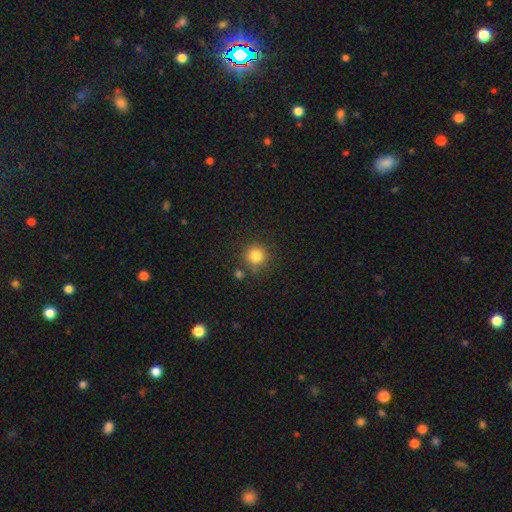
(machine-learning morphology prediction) Q: Smooth or featured?
A: smooth (82%); runner-up: star or artifact (12%)
Q: How rounded?
A: round (93%); runner-up: in between (6%)
Q: Merging?
A: none (80%); runner-up: minor disturbance (10%)